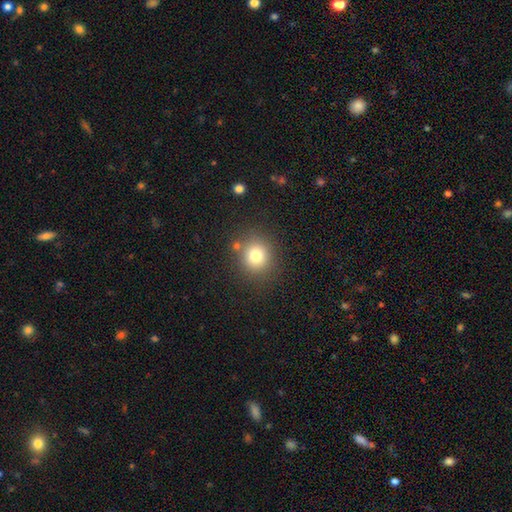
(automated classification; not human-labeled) This is likely a smooth galaxy (77%). How rounded: clearly round (88%). Merging: clearly none (81%).